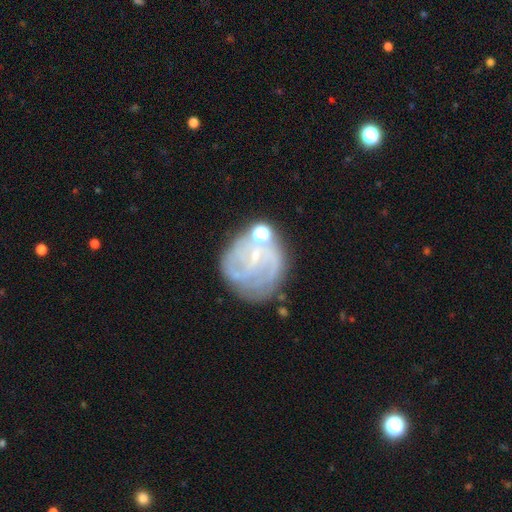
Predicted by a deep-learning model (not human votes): Morphology: type=featured or disk (64%); edge-on=no (98%); bar=no (56%); spiral arms=yes (70%); bulge=small (64%); merging=none (57%).